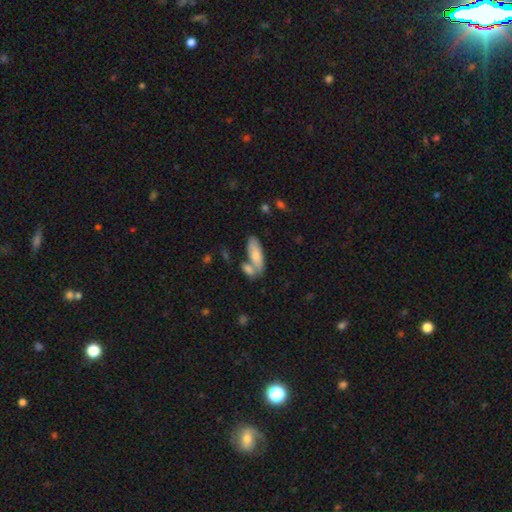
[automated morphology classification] This appears to be a smooth galaxy with no disk features (75%) that is in between round and cigar-shaped (70%). Merging: none (47%).